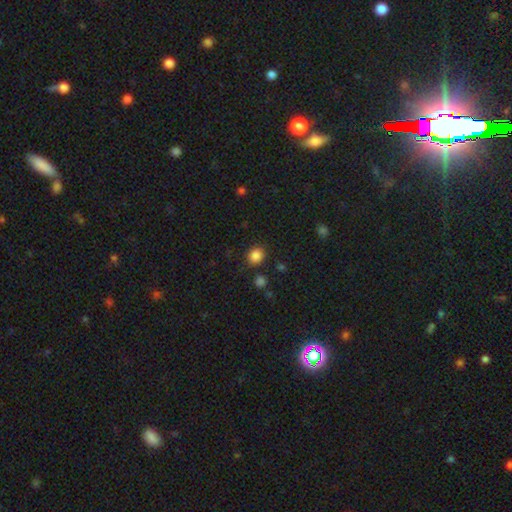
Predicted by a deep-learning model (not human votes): This appears to be a smooth galaxy with no disk features (85%) that is round (73%). Merging: none (86%).